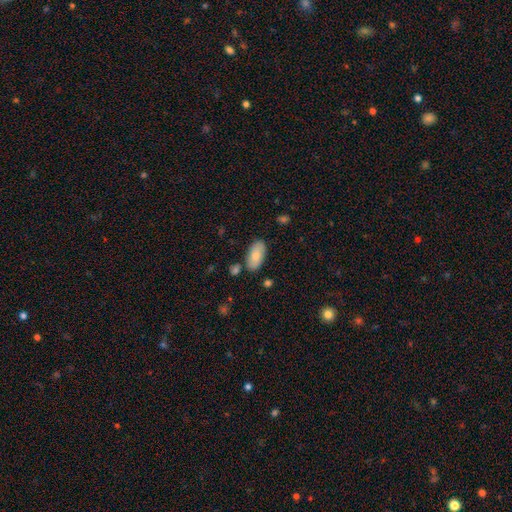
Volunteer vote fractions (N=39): smooth_or_featured: smooth (p=0.87) [alt: featured or disk p=0.10]
how_rounded: in between (p=0.97) [alt: cigar-shaped p=0.03]
merging: none (p=0.79) [alt: minor disturbance p=0.13]